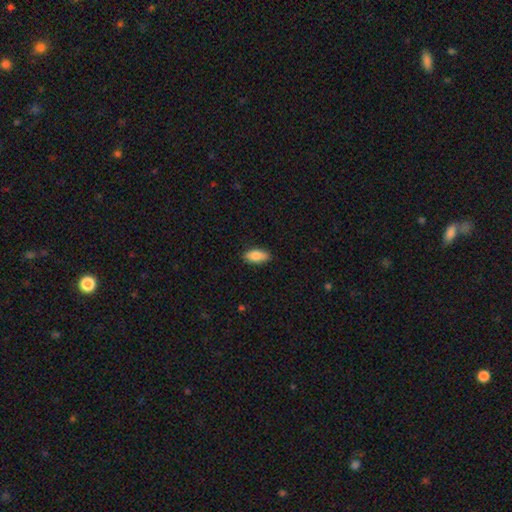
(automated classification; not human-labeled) A smooth galaxy with no disk features (85%) that is in between round and cigar-shaped (90%).

Vote fractions:
- Smooth or featured? smooth: 85% / featured or disk: 9% / star or artifact: 7%
- How rounded? in between: 90% / cigar-shaped: 7% / round: 3%
- Merging? none: 86% / minor disturbance: 11% / major disturbance: 2% / merger: 1%